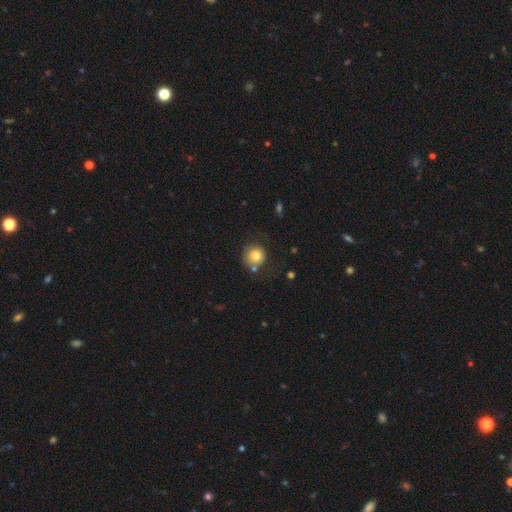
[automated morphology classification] smooth-or-featured: smooth: 79% | featured or disk: 11% | star or artifact: 10%
  how-rounded: round: 91% | in between: 8% | cigar-shaped: 1%
  merging: none: 67% | minor disturbance: 17% | merger: 9% | major disturbance: 7%